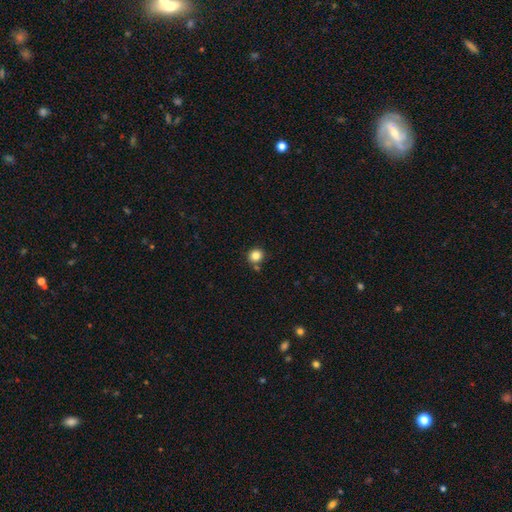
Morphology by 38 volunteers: smooth 79%, featured or disk 13%, star or artifact 8%. Down the decision tree: how rounded — round (77%); merging — none (80%).